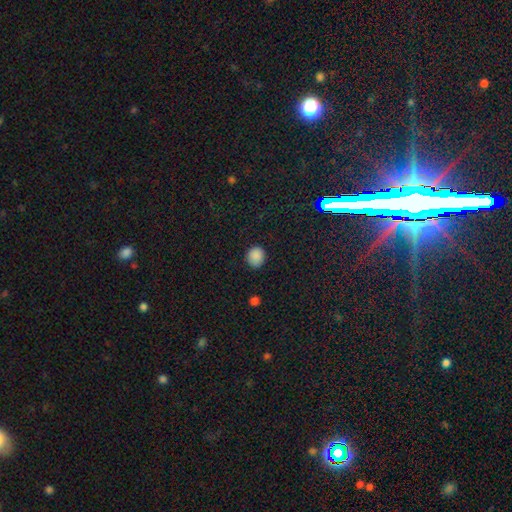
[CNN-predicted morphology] Q: Smooth or featured?
A: smooth (86%); runner-up: star or artifact (10%)
Q: How rounded?
A: round (77%); runner-up: in between (22%)
Q: Merging?
A: none (86%); runner-up: minor disturbance (11%)